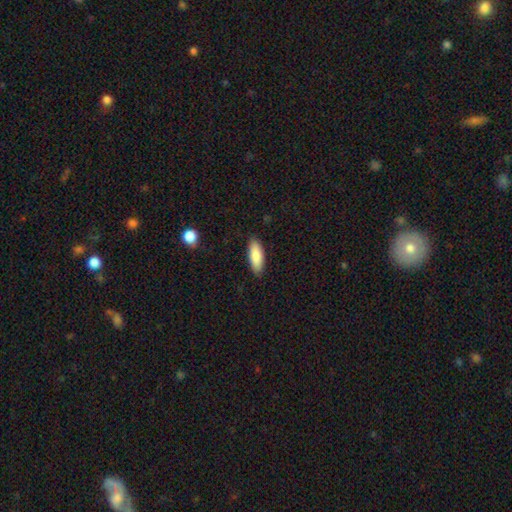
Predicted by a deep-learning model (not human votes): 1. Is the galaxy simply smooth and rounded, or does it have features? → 87% smooth, 7% featured or disk, 6% star or artifact.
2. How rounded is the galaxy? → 71% in between, 28% cigar-shaped, 2% round.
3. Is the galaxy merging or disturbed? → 87% none, 10% minor disturbance, 2% major disturbance, 1% merger.